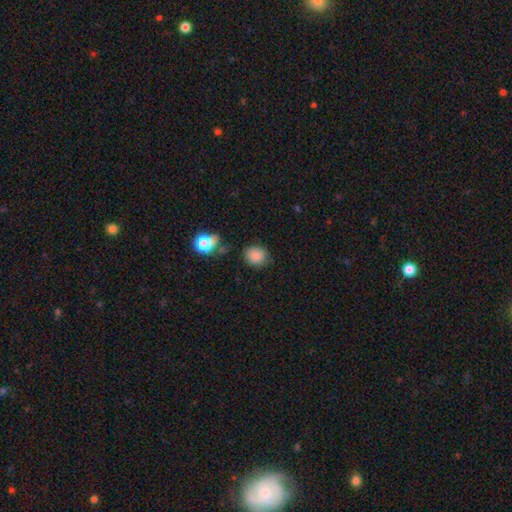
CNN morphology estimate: smooth-or-featured: smooth: 84% | star or artifact: 10% | featured or disk: 6%
  how-rounded: round: 75% | in between: 24% | cigar-shaped: 1%
  merging: none: 76% | minor disturbance: 15% | merger: 5% | major disturbance: 5%